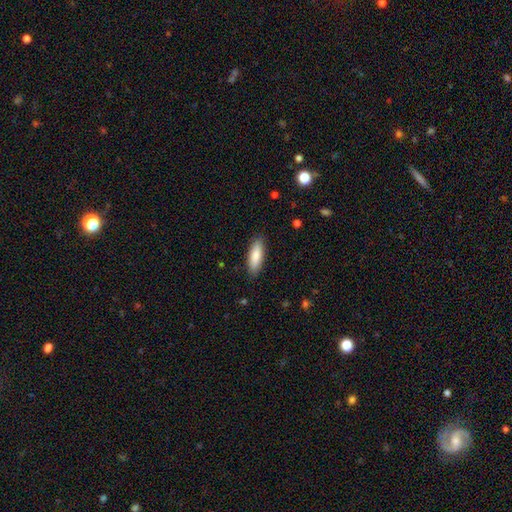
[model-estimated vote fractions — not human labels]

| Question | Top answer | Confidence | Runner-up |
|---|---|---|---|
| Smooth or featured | smooth | 85% | featured or disk (9%) |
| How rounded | in between | 57% | cigar-shaped (41%) |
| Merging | none | 88% | minor disturbance (9%) |